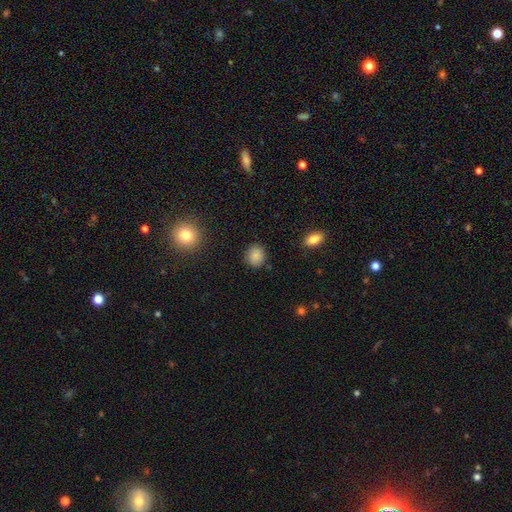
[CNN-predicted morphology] smooth_or_featured: smooth (p=0.85) [alt: star or artifact p=0.10]
how_rounded: round (p=0.72) [alt: in between p=0.27]
merging: none (p=0.86) [alt: minor disturbance p=0.10]